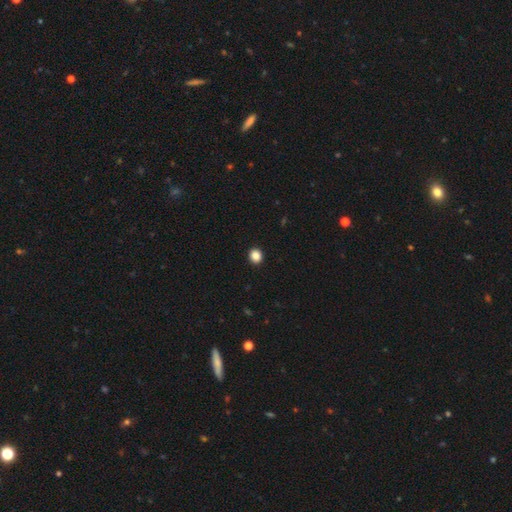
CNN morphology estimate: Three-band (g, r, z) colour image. It shows a smooth galaxy with no disk features (86%) that is round (81%). Merging: none (93%).